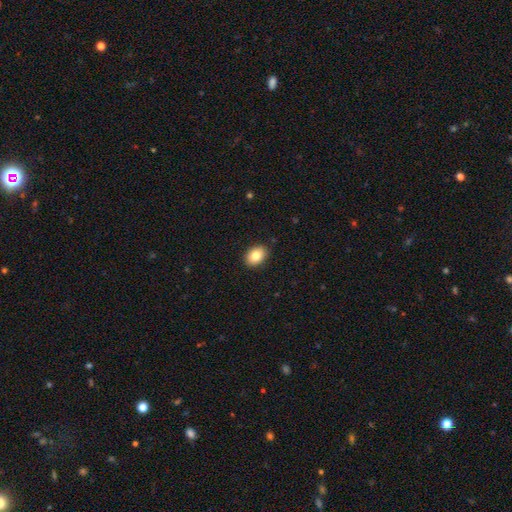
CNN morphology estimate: Smooth or featured?
  - smooth: 82% *
  - featured or disk: 10%
  - star or artifact: 8%
How rounded?
  - in between: 79% *
  - round: 19%
  - cigar-shaped: 1%
Merging?
  - none: 90% *
  - minor disturbance: 8%
  - major disturbance: 2%
  - merger: 1%